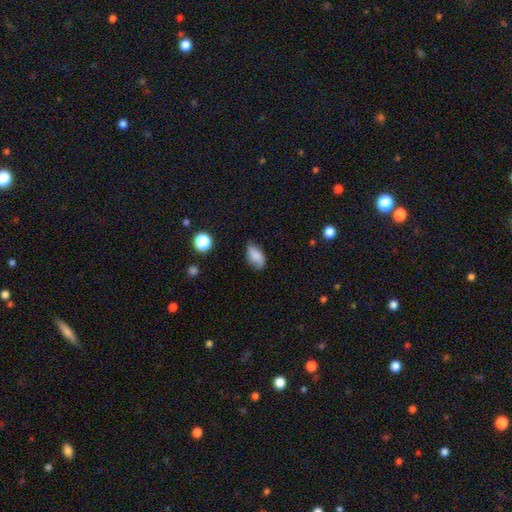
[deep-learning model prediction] Q: Smooth or featured?
A: smooth (78%); runner-up: featured or disk (13%)
Q: How rounded?
A: in between (90%); runner-up: round (7%)
Q: Merging?
A: none (71%); runner-up: minor disturbance (23%)